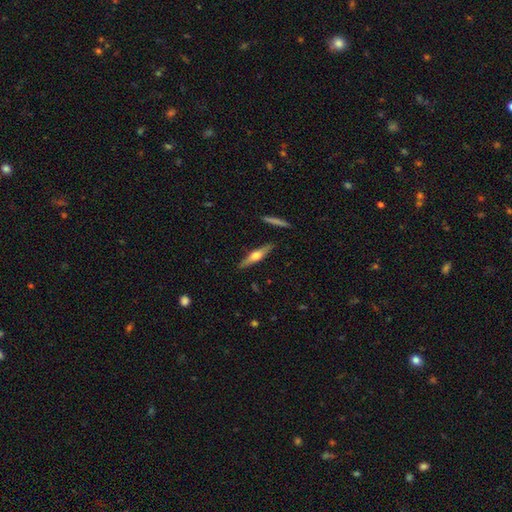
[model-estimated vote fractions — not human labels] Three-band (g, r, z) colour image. It shows a featured or disk galaxy (63%) viewed edge-on (96%) with a rounded central bulge (90%). Merging: none (87%).